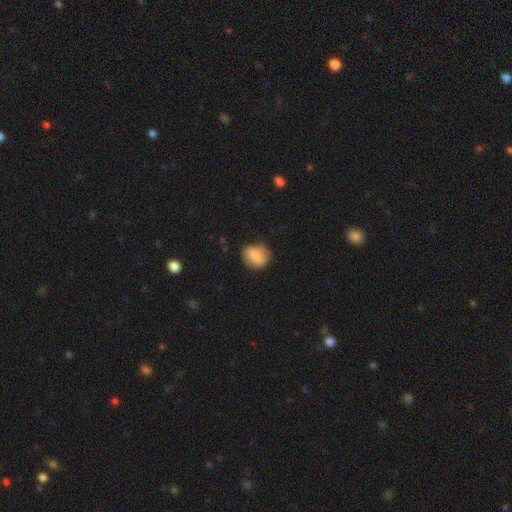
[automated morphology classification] type=smooth (81%); roundness=round (62%); merging=none (72%).